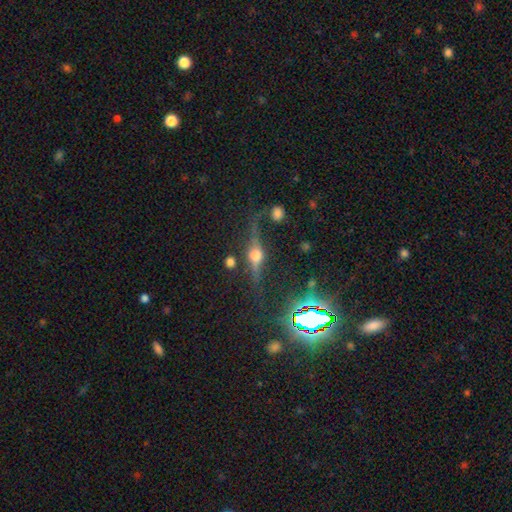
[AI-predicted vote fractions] Morphology: type=featured or disk (70%); edge-on=yes (91%); edge-on bulge=rounded (94%); merging=none (78%).